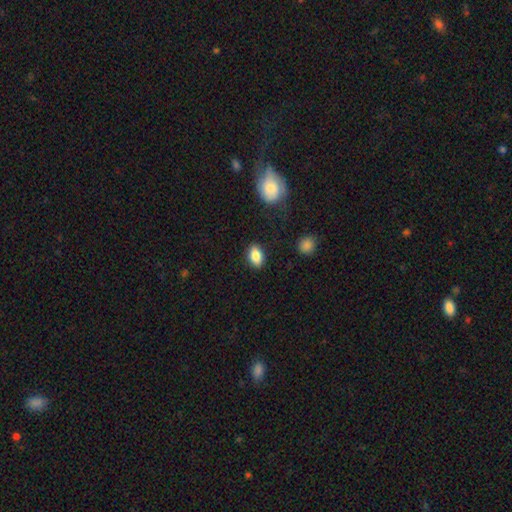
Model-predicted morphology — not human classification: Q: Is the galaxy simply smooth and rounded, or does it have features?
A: smooth — 84%.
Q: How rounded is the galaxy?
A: in between — 86%.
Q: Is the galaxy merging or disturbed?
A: none — 86%.